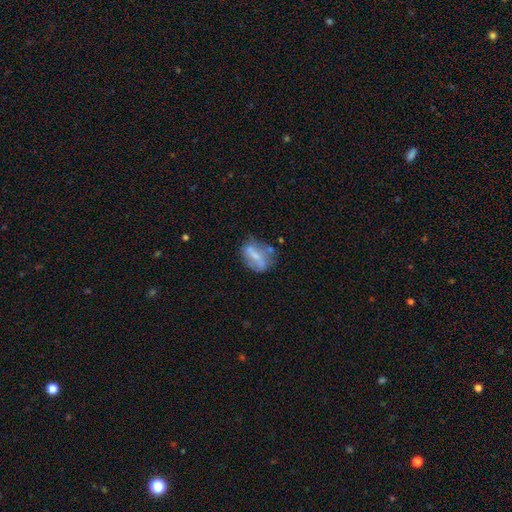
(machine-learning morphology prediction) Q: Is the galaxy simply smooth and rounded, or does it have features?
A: featured or disk — 47%.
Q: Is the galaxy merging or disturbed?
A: none — 47%.